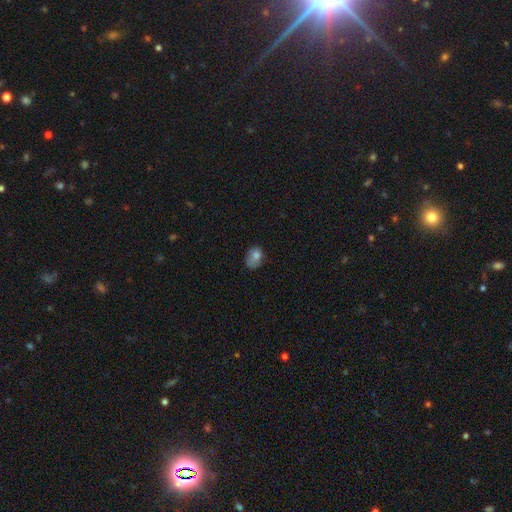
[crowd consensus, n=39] A smooth galaxy with no disk features (82%) that is in between round and cigar-shaped (69%).

Vote fractions:
- Smooth or featured? smooth: 82% / featured or disk: 15% / star or artifact: 3%
- How rounded? in between: 69% / round: 31% / cigar-shaped: 0%
- Merging? none: 45% / minor disturbance: 26% / major disturbance: 26% / merger: 3%